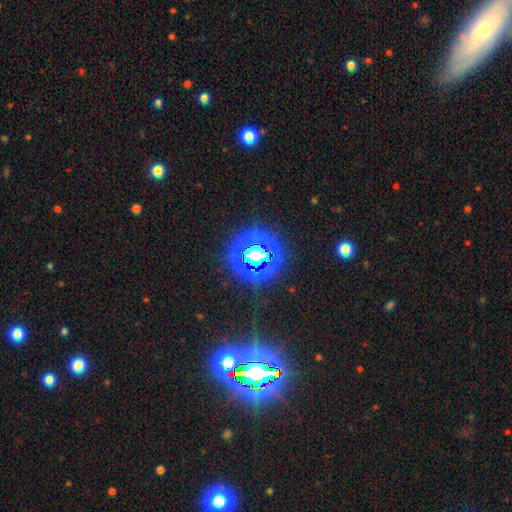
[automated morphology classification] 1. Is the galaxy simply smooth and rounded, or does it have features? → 71% star or artifact, 19% smooth, 11% featured or disk.